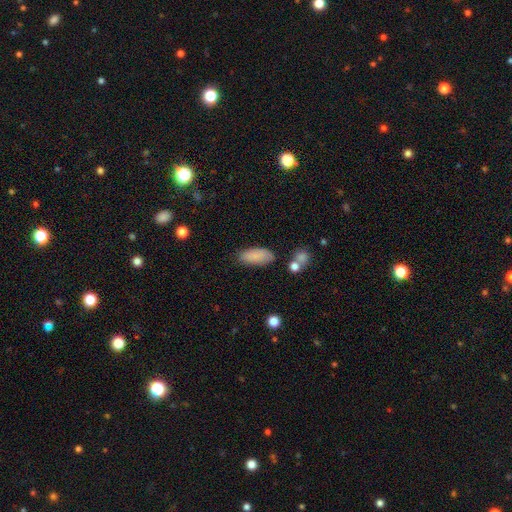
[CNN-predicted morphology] Smooth or featured? smooth (85%)
How rounded? in between (84%)
Merging? none (75%)